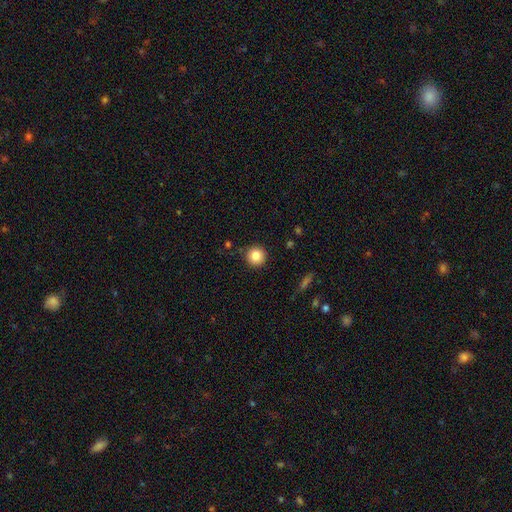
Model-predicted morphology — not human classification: Smooth or featured: smooth — 84% (star or artifact — 10%)
How rounded: round — 95% (in between — 4%)
Merging: none — 90% (minor disturbance — 7%)